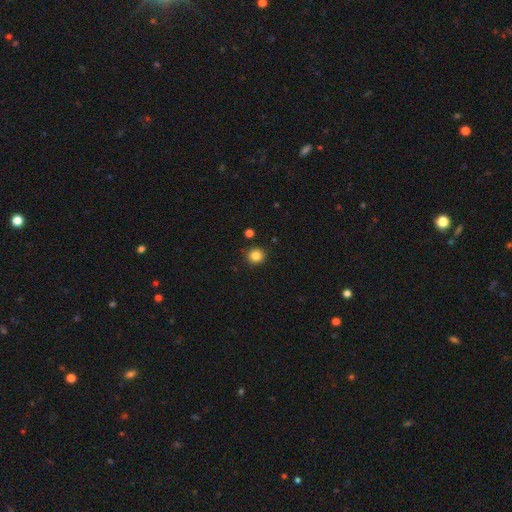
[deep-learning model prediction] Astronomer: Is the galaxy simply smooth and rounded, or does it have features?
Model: smooth — 85%.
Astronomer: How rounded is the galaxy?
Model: round — 93%.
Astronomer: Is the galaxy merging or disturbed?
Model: none — 90%.